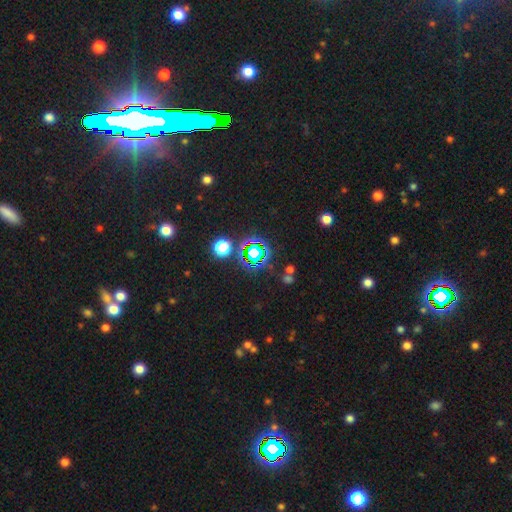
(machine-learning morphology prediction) Smooth or featured?
  - star or artifact: 71% *
  - smooth: 20%
  - featured or disk: 9%